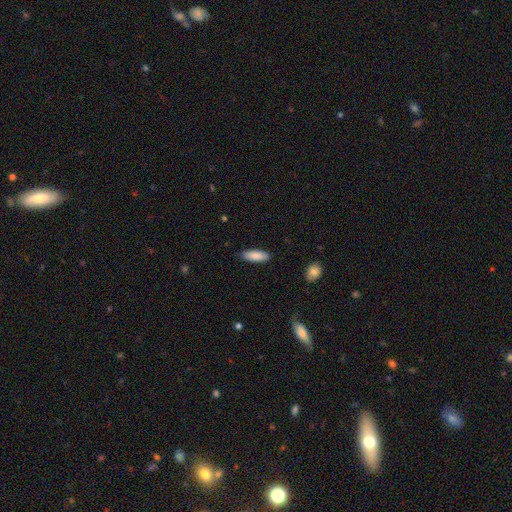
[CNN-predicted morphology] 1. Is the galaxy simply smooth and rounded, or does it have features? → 87% smooth, 7% featured or disk, 6% star or artifact.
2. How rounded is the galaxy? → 61% in between, 38% cigar-shaped, 2% round.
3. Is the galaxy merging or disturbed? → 87% none, 9% minor disturbance, 2% major disturbance, 1% merger.